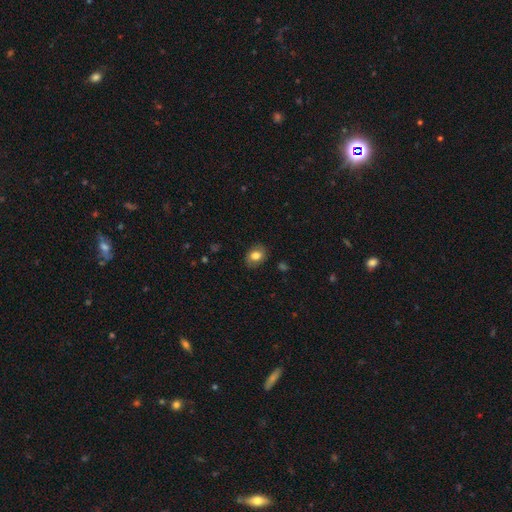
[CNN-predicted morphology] This is likely a smooth galaxy (79%). How rounded: likely in between (63%). Merging: clearly none (82%).